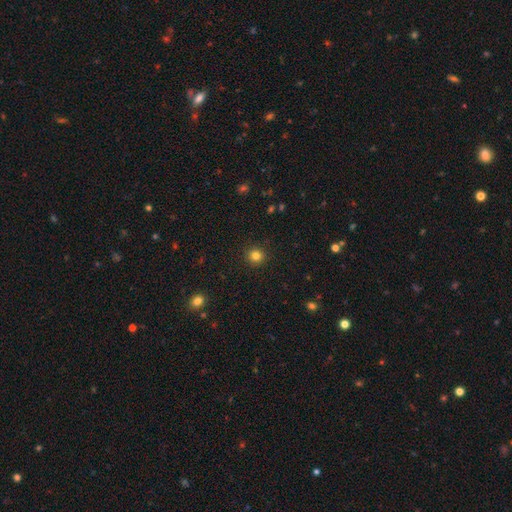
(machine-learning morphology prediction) type=smooth (81%); roundness=round (93%); merging=none (92%).